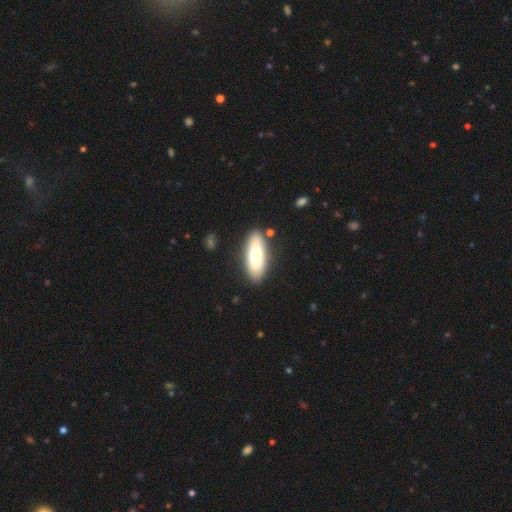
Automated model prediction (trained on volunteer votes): smooth_or_featured: smooth (p=0.68) [alt: featured or disk p=0.27]
how_rounded: in between (p=0.72) [alt: cigar-shaped p=0.26]
merging: none (p=0.84) [alt: minor disturbance p=0.10]